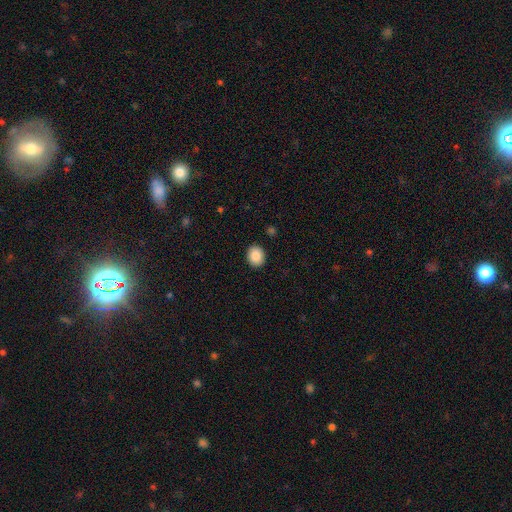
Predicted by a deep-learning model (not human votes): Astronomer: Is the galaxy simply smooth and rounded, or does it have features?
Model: smooth — 88%.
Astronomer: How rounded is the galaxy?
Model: round — 60% (runner-up: in between, 39%).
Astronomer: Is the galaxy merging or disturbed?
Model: none — 91%.